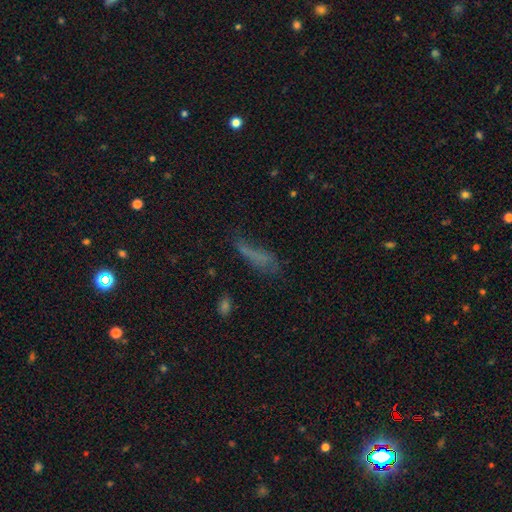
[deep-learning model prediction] Overall: smooth (56%; featured or disk 24%). How rounded: cigar-shaped (56%; in between 41%). Merging: none (41%; major disturbance 27%).